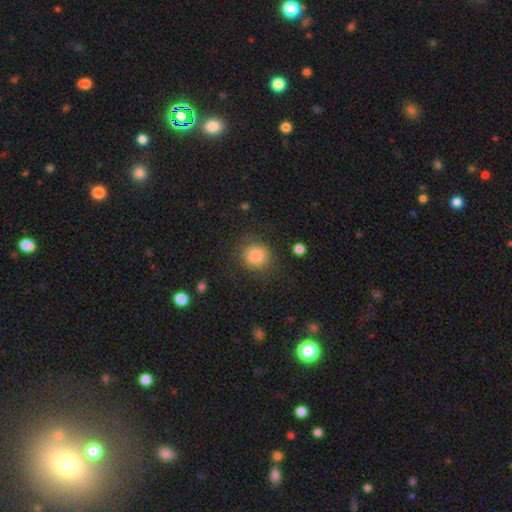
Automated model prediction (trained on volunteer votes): This appears to be a smooth galaxy with no disk features (84%) that is round (85%). Merging: none (79%).